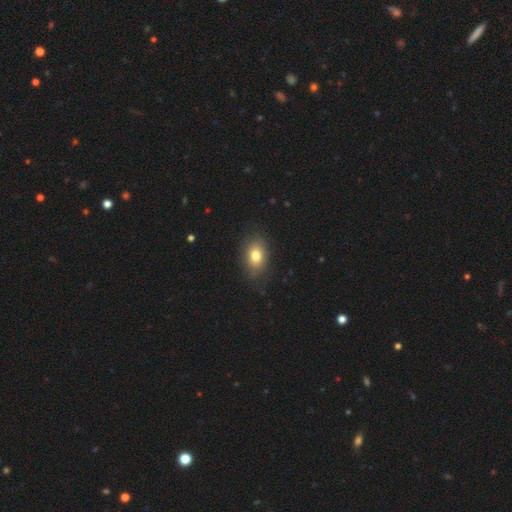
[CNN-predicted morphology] smooth_or_featured: smooth (p=0.78) [alt: featured or disk p=0.13]
how_rounded: in between (p=0.82) [alt: round p=0.16]
merging: none (p=0.81) [alt: minor disturbance p=0.14]